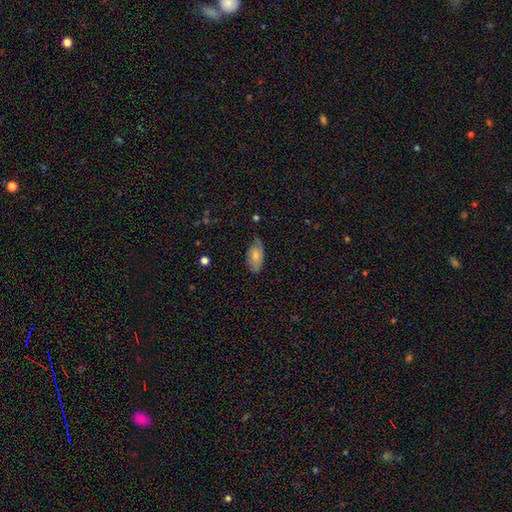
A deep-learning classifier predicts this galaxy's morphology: Smooth or featured? Predicted: smooth (p=0.73). How rounded? Predicted: in between (p=0.92). Merging? Predicted: none (p=0.57).